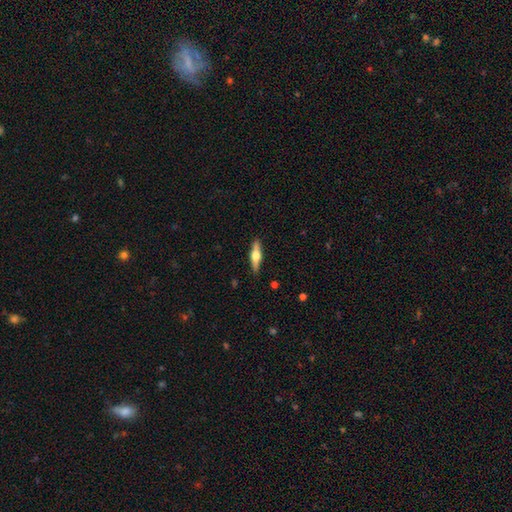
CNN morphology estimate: type=featured or disk (63%); edge-on=yes (96%); edge-on bulge=rounded (95%); merging=none (89%).